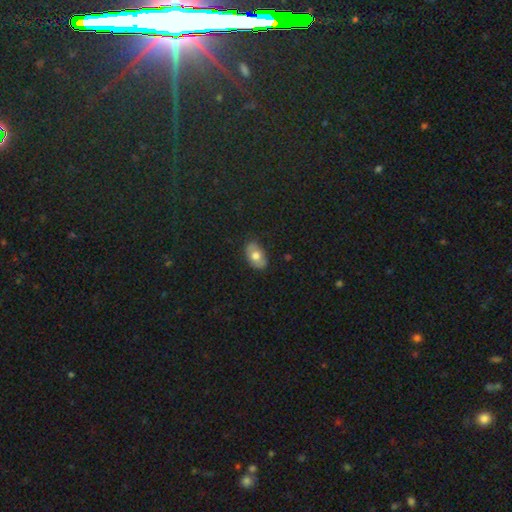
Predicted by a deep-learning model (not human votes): The model was most divided on "smooth or featured": smooth: 66%, featured or disk: 26%, star or artifact: 8%. More confident: how rounded — in between (89%); merging — none (83%).